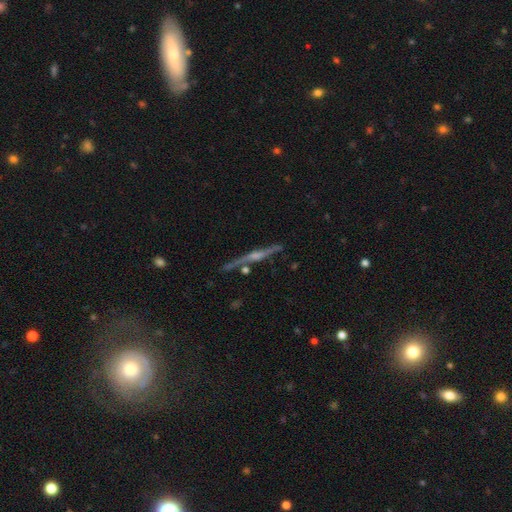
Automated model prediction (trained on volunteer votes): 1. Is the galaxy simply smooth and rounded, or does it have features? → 80% featured or disk, 11% smooth, 9% star or artifact.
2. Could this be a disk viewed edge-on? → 96% yes, 4% no.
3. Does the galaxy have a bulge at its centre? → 76% rounded, 15% none, 9% boxy.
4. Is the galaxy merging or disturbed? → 80% none, 12% minor disturbance, 4% major disturbance, 4% merger.